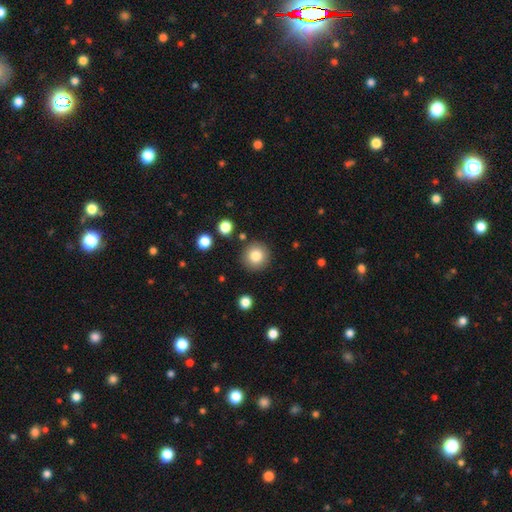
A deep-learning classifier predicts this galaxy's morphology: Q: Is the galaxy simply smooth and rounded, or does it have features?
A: smooth — 82%.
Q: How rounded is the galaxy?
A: round — 94%.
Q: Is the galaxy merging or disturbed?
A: none — 88%.